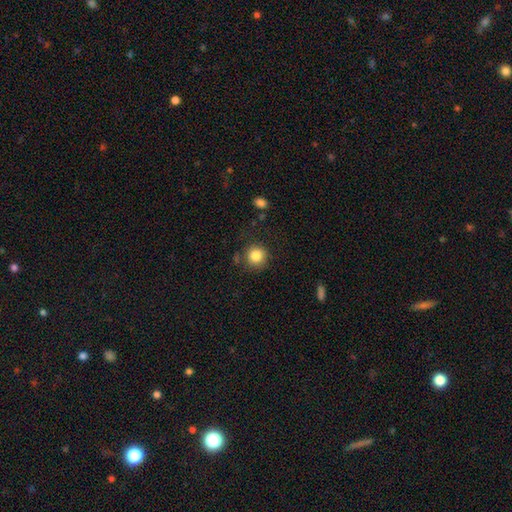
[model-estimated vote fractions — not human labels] Smooth or featured? smooth (84%)
How rounded? round (93%)
Merging? none (82%)